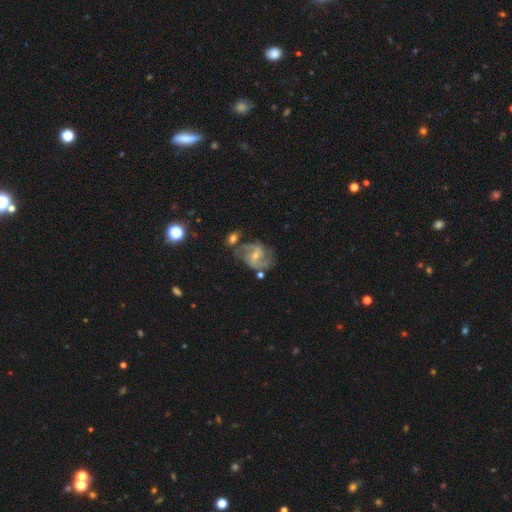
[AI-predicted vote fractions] Smooth or featured?
  - featured or disk: 85% *
  - smooth: 9%
  - star or artifact: 6%
Edge-on disk?
  - no: 98% *
  - yes: 2%
Bar?
  - weak: 50% *
  - no: 32%
  - strong: 19%
Spiral arms?
  - yes: 96% *
  - no: 4%
Spiral winding?
  - medium: 54% *
  - loose: 27%
  - tight: 19%
Spiral arm count?
  - 2: 78% *
  - 3: 9%
  - can't tell: 6%
  - 1: 2%
  - 4: 2%
  - more than 4: 2%
Bulge size?
  - small: 61% *
  - moderate: 35%
  - none: 3%
  - large: 1%
  - dominant: 1%
Merging?
  - none: 61% *
  - minor disturbance: 20%
  - merger: 10%
  - major disturbance: 9%